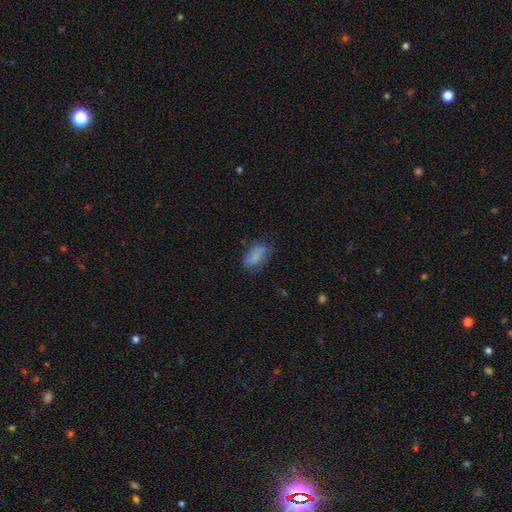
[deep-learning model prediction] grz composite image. It shows a smooth galaxy with no disk features (73%) that is in between round and cigar-shaped (88%). Merging: none (59%).